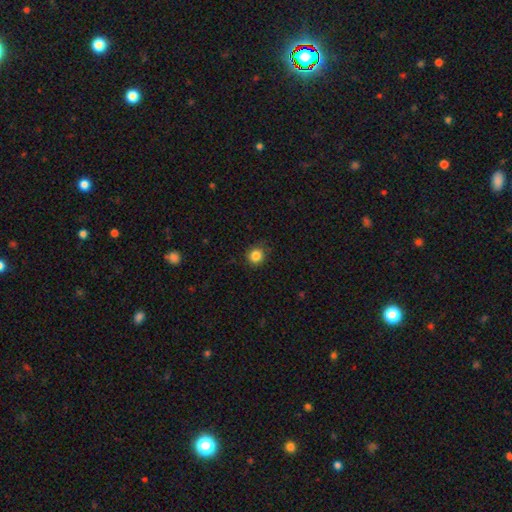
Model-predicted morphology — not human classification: Smooth or featured?
  - smooth: 85% *
  - star or artifact: 11%
  - featured or disk: 4%
How rounded?
  - round: 88% *
  - in between: 11%
  - cigar-shaped: 1%
Merging?
  - none: 84% *
  - minor disturbance: 12%
  - major disturbance: 3%
  - merger: 1%